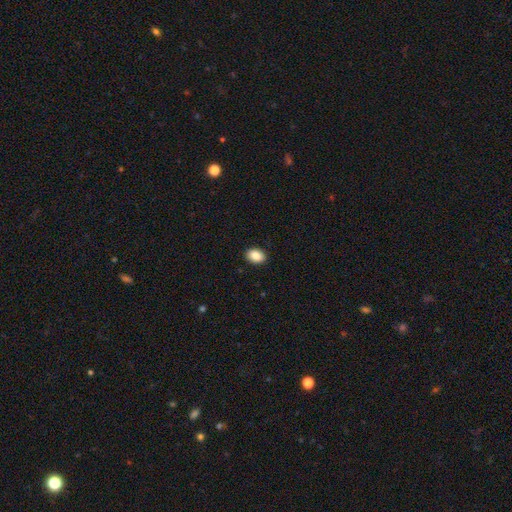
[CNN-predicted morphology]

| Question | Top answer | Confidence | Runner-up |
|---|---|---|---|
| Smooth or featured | smooth | 89% | star or artifact (8%) |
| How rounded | in between | 77% | round (22%) |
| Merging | none | 91% | minor disturbance (6%) |